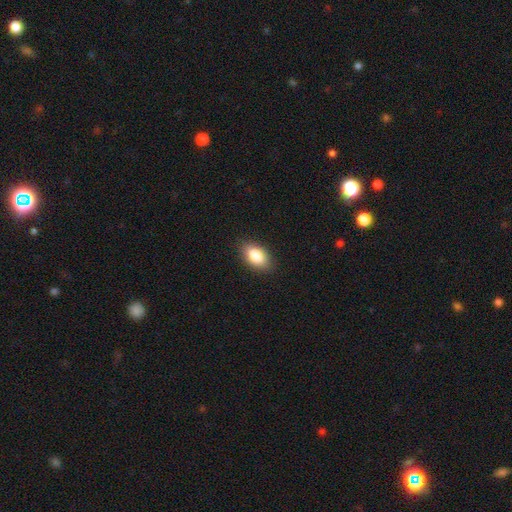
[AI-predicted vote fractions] A smooth galaxy with no disk features (86%) that is in between round and cigar-shaped (92%).

Vote fractions:
- Smooth or featured? smooth: 86% / star or artifact: 7% / featured or disk: 7%
- How rounded? in between: 92% / round: 6% / cigar-shaped: 2%
- Merging? none: 87% / minor disturbance: 9% / major disturbance: 2% / merger: 1%